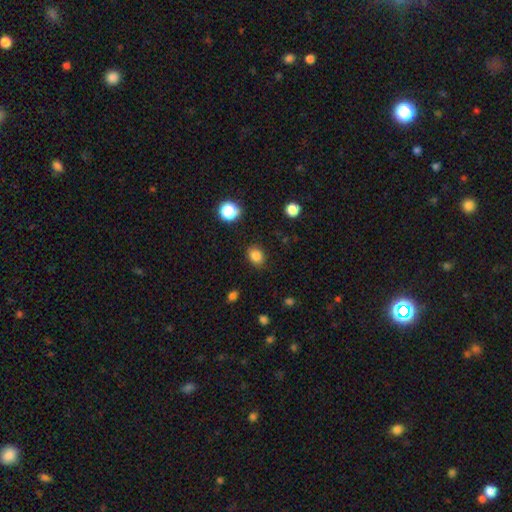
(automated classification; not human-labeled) A smooth galaxy with no disk features (84%) that is round (52%). Merging: none (86%).